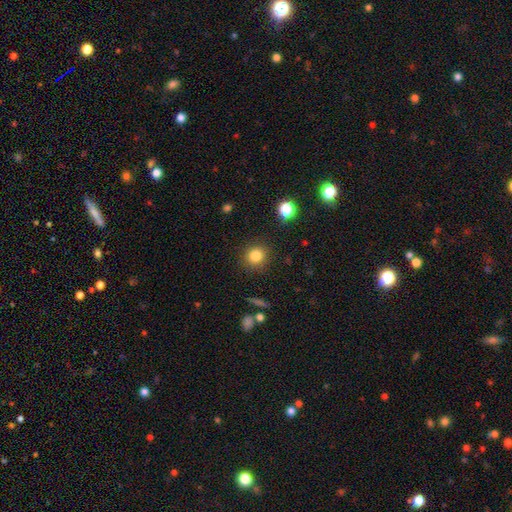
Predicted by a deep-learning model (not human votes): The model was most divided on "smooth or featured": smooth: 82%, star or artifact: 12%, featured or disk: 6%. More confident: how rounded — round (89%); merging — none (89%).